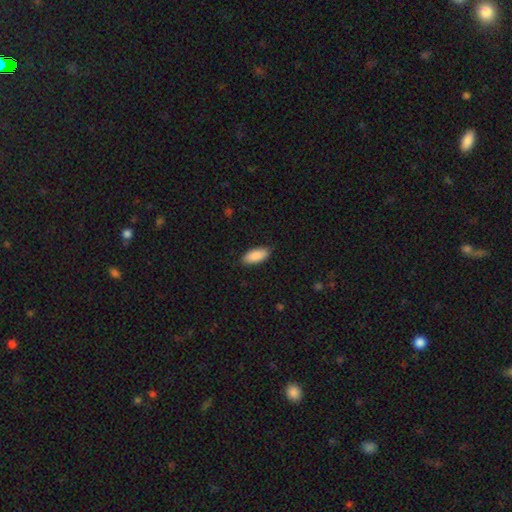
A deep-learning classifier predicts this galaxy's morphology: Smooth or featured?
  - smooth: 90% *
  - star or artifact: 6%
  - featured or disk: 4%
How rounded?
  - in between: 88% *
  - cigar-shaped: 10%
  - round: 2%
Merging?
  - none: 87% *
  - minor disturbance: 10%
  - major disturbance: 2%
  - merger: 1%